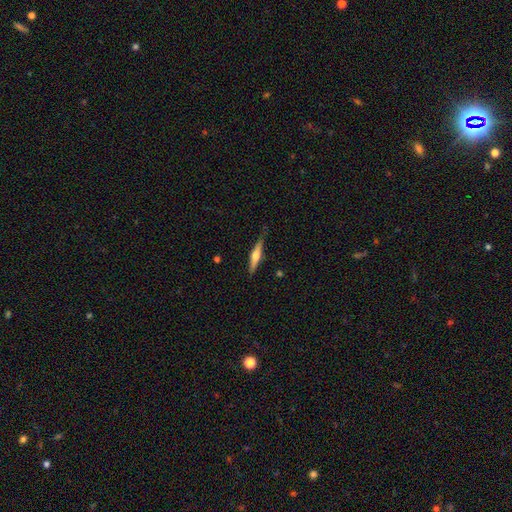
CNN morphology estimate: Overall: featured or disk (59%; smooth 35%). Edge-on disk: yes (96%). Edge-on bulge: rounded (90%). Merging: none (82%).